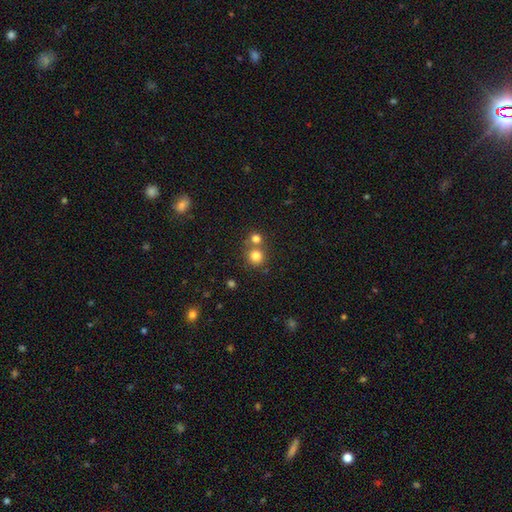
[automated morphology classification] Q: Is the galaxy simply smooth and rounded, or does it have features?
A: smooth — 80%.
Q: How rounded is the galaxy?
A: round — 91%.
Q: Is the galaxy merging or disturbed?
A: none — 61%.